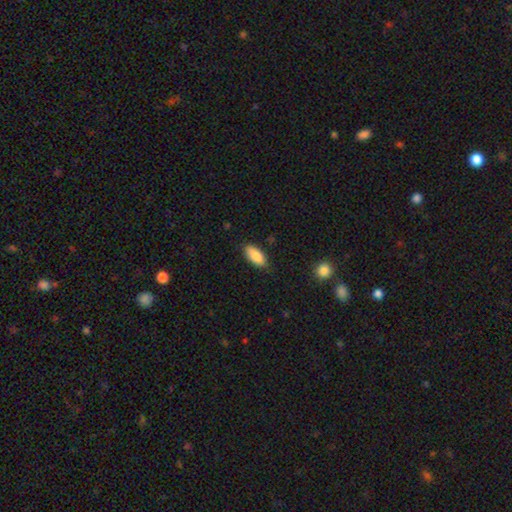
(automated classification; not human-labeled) Smooth or featured?
  - smooth: 86% *
  - featured or disk: 8%
  - star or artifact: 7%
How rounded?
  - in between: 88% *
  - cigar-shaped: 10%
  - round: 2%
Merging?
  - none: 84% *
  - minor disturbance: 12%
  - major disturbance: 2%
  - merger: 1%